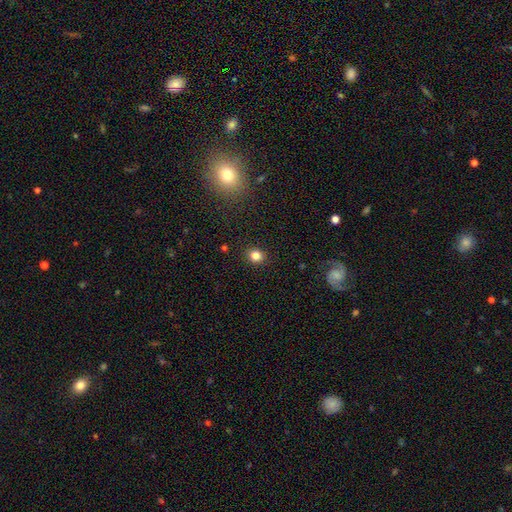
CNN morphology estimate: The model was most divided on "how rounded": round: 75%, in between: 25%, cigar-shaped: 1%. More confident: merging — none (90%); smooth or featured — smooth (83%).